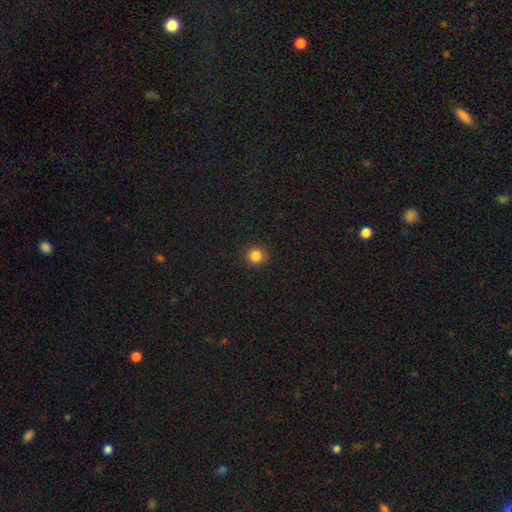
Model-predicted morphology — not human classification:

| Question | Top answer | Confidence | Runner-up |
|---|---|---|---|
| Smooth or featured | smooth | 85% | star or artifact (12%) |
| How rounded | round | 93% | in between (6%) |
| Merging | none | 91% | minor disturbance (6%) |